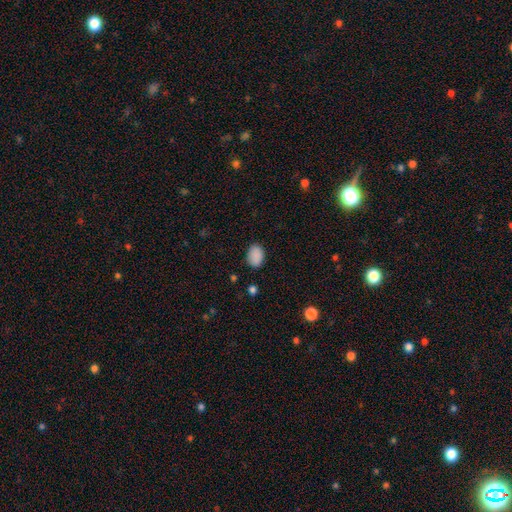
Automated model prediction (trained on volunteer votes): smooth_or_featured: smooth (p=0.89) [alt: star or artifact p=0.08]
how_rounded: in between (p=0.81) [alt: round p=0.18]
merging: none (p=0.85) [alt: minor disturbance p=0.11]